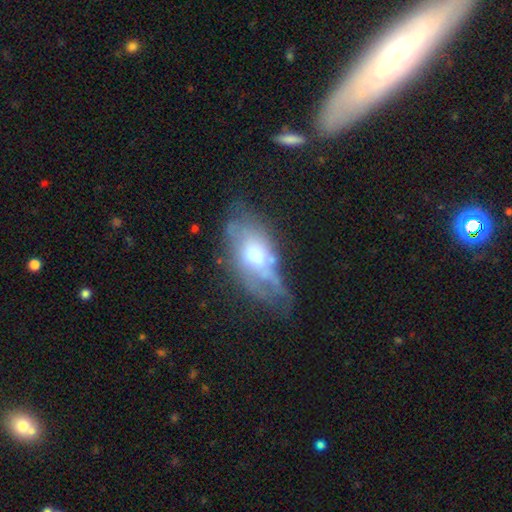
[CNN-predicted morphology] featured or disk 55%, smooth 36%, star or artifact 9%. Down the decision tree: edge-on disk — no (85%); merging — none (38%).